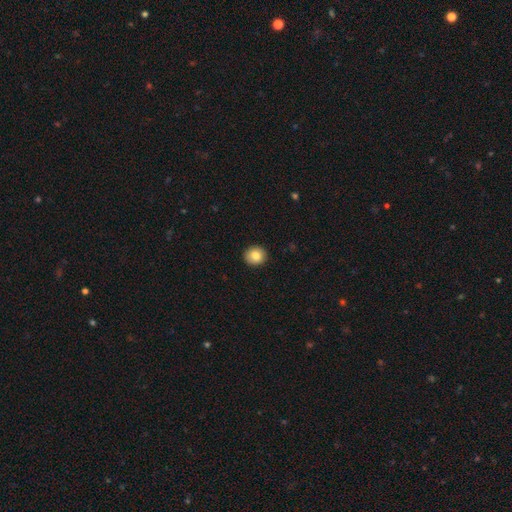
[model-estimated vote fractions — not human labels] This appears to be a smooth galaxy with no disk features (85%) that is round (86%). Merging: none (92%).